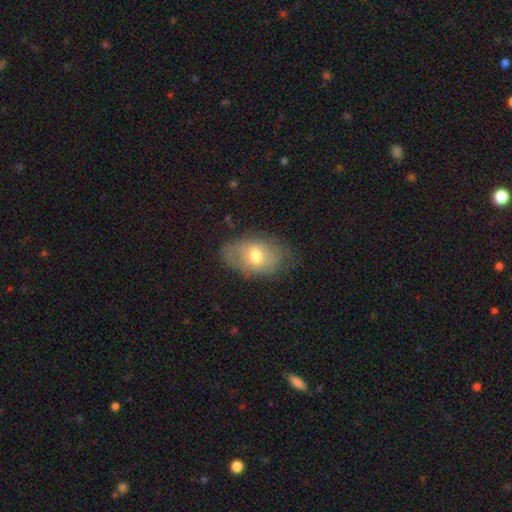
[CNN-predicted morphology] This appears to be a smooth galaxy with no disk features (57%) that is in between round and cigar-shaped (84%). Merging: none (59%).